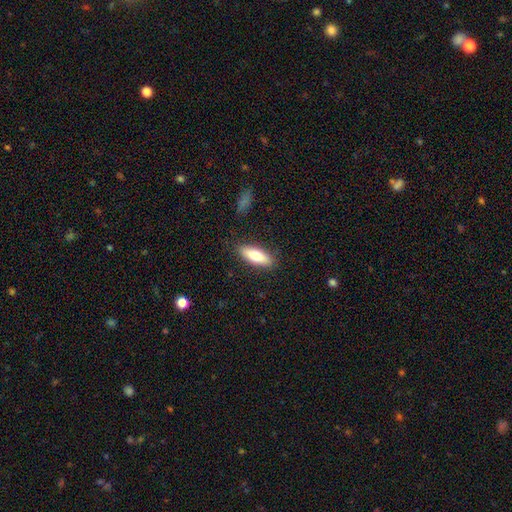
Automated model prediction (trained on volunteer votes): smooth_or_featured: smooth (p=0.76) [alt: featured or disk p=0.18]
how_rounded: in between (p=0.61) [alt: cigar-shaped p=0.37]
merging: none (p=0.87) [alt: minor disturbance p=0.09]